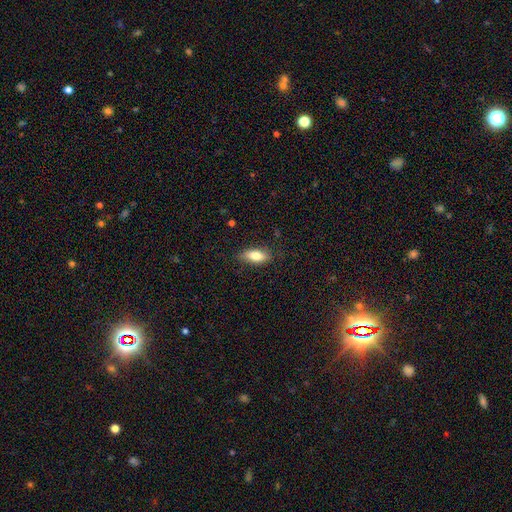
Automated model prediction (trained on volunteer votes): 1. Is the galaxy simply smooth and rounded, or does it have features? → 78% smooth, 15% featured or disk, 7% star or artifact.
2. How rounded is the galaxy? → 81% in between, 15% cigar-shaped, 3% round.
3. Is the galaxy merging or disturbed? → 80% none, 16% minor disturbance, 3% major disturbance, 1% merger.